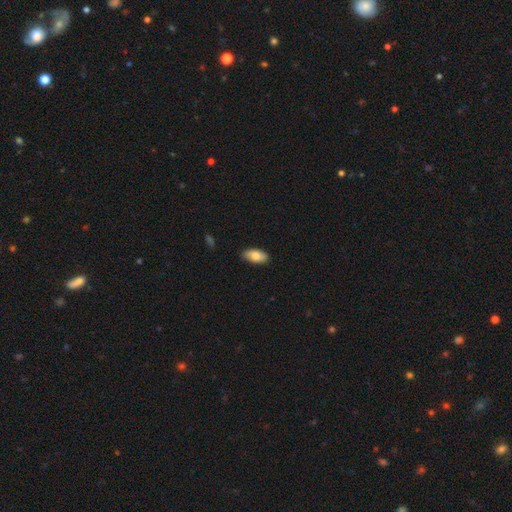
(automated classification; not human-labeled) smooth_or_featured: smooth (p=0.79) [alt: featured or disk p=0.15]
how_rounded: in between (p=0.91) [alt: cigar-shaped p=0.06]
merging: none (p=0.86) [alt: minor disturbance p=0.11]